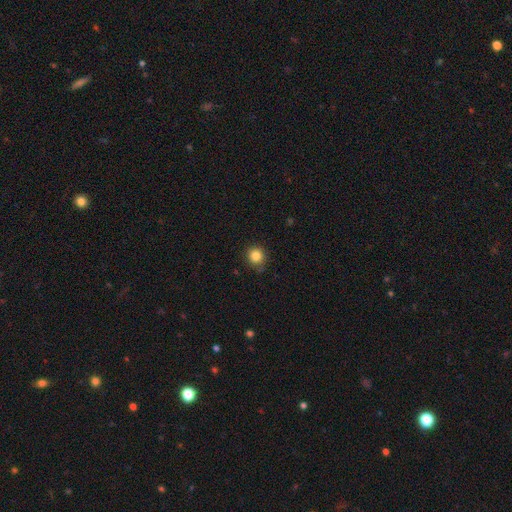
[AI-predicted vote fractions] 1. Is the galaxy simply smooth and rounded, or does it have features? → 84% smooth, 11% star or artifact, 5% featured or disk.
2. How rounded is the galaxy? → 90% round, 9% in between, 1% cigar-shaped.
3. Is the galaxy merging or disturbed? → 85% none, 11% minor disturbance, 2% major disturbance, 1% merger.